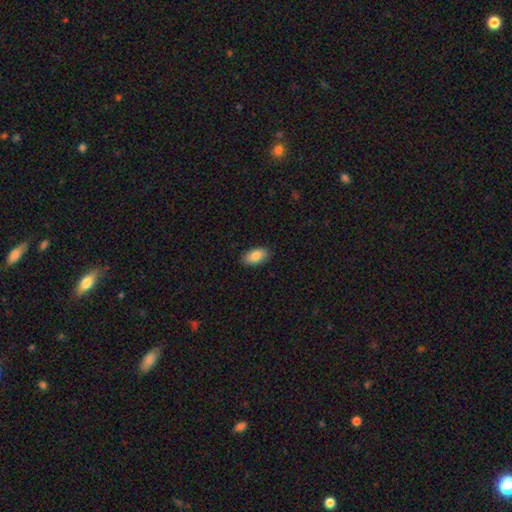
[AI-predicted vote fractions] This appears to be a smooth galaxy with no disk features (85%) that is in between round and cigar-shaped (94%). Merging: none (88%).